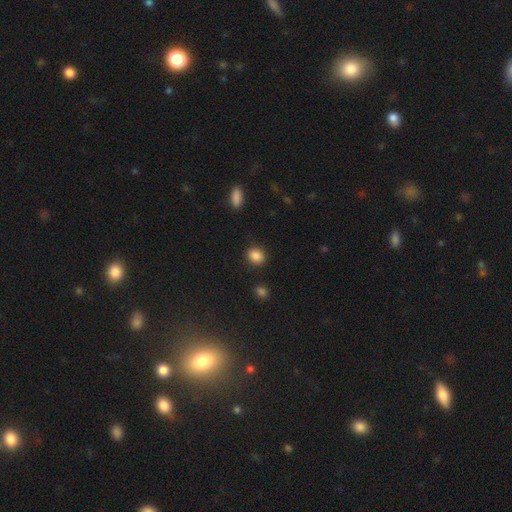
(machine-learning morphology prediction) type=smooth (88%); roundness=in between (50%); merging=none (86%).